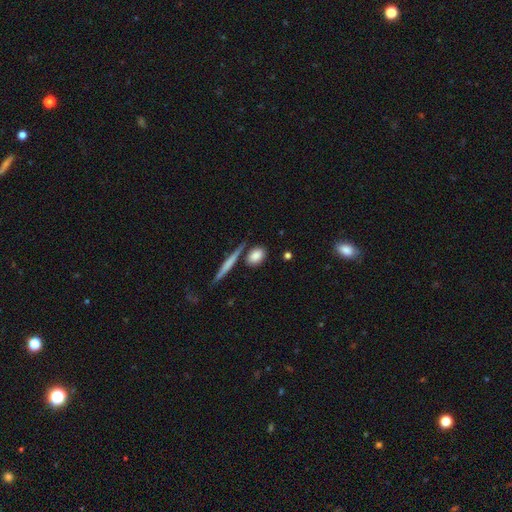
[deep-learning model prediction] Smooth or featured: smooth — 82% (featured or disk — 10%)
How rounded: in between — 62% (round — 26%)
Merging: none — 74% (minor disturbance — 13%)